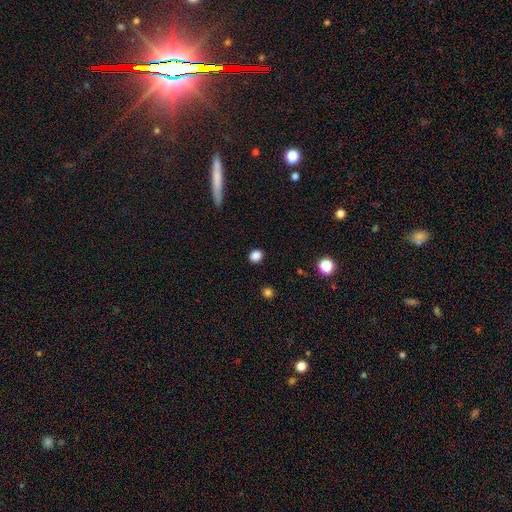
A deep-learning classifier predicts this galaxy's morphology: Q: Smooth or featured?
A: smooth (85%); runner-up: star or artifact (12%)
Q: How rounded?
A: round (73%); runner-up: in between (26%)
Q: Merging?
A: none (89%); runner-up: minor disturbance (7%)